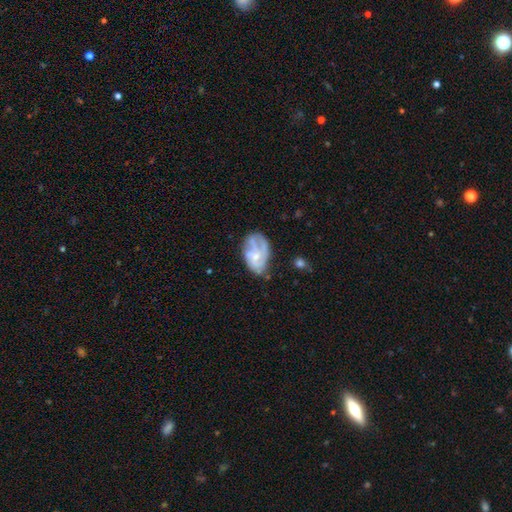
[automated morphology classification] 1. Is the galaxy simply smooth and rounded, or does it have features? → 65% featured or disk, 28% smooth, 7% star or artifact.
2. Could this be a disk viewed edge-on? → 97% no, 3% yes.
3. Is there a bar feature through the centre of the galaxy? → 66% no, 30% weak, 5% strong.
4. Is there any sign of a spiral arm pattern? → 71% yes, 29% no.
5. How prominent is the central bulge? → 50% small, 33% moderate, 13% none, 2% large, 1% dominant.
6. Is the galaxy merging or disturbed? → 47% none, 28% minor disturbance, 21% major disturbance, 5% merger.